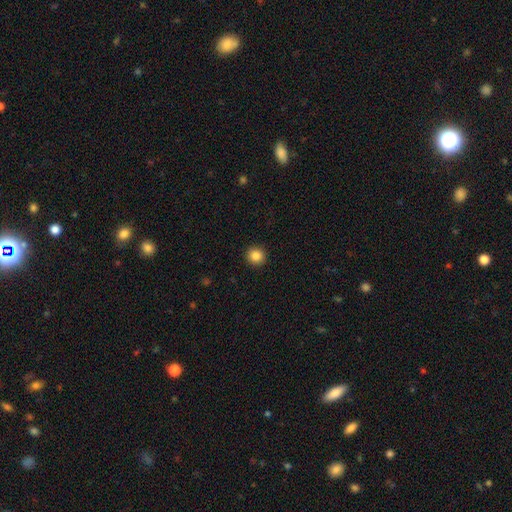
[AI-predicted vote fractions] smooth-or-featured: smooth: 85% | star or artifact: 10% | featured or disk: 4%
  how-rounded: round: 94% | in between: 5% | cigar-shaped: 1%
  merging: none: 93% | minor disturbance: 5% | major disturbance: 2% | merger: 1%